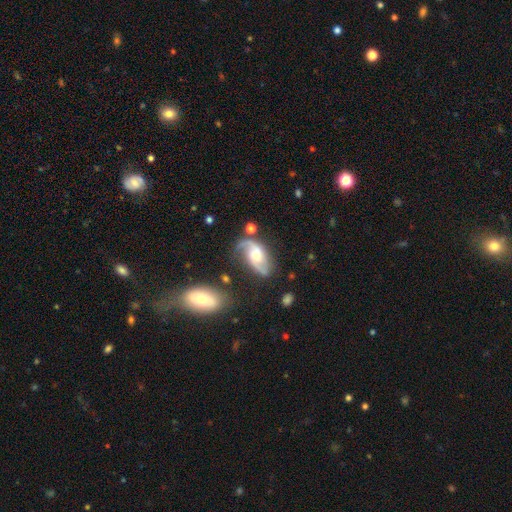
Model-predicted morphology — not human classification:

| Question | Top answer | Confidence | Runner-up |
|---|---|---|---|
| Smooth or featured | featured or disk | 83% | smooth (11%) |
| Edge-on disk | no | 96% | yes (4%) |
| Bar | no | 57% | weak (34%) |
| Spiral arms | yes | 95% | no (5%) |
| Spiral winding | loose | 54% | medium (36%) |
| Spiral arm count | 2 | 88% | 1 (5%) |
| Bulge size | moderate | 63% | small (26%) |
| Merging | none | 66% | minor disturbance (19%) |